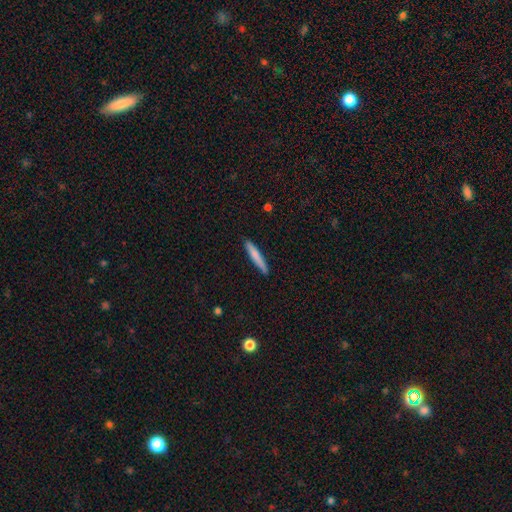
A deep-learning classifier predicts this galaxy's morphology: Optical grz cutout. It shows a smooth galaxy with no disk features (74%) that is cigar-shaped (94%). Merging: none (88%).